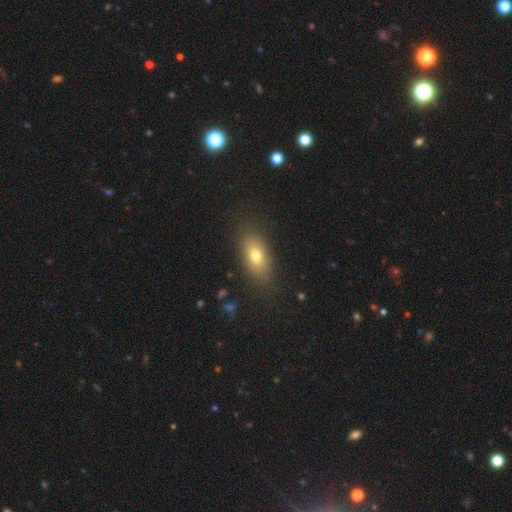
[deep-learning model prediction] Smooth or featured? smooth (72%)
How rounded? in between (81%)
Merging? none (85%)